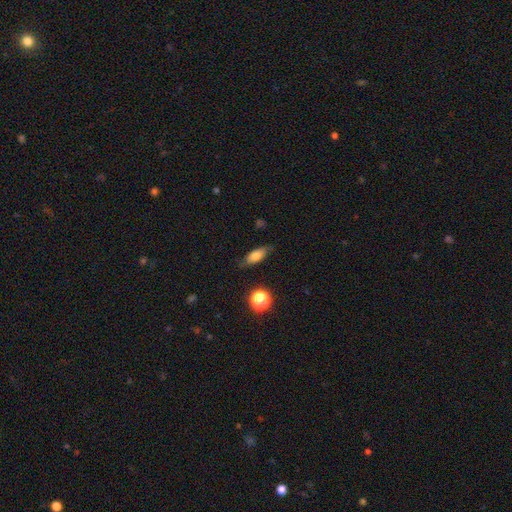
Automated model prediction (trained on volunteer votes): A smooth galaxy with no disk features (69%) that is in between round and cigar-shaped (72%).

Vote fractions:
- Smooth or featured? smooth: 69% / featured or disk: 21% / star or artifact: 10%
- How rounded? in between: 72% / cigar-shaped: 21% / round: 7%
- Merging? none: 76% / minor disturbance: 18% / major disturbance: 4% / merger: 2%